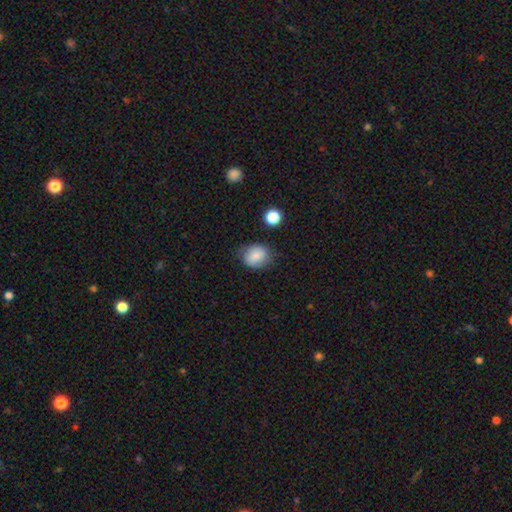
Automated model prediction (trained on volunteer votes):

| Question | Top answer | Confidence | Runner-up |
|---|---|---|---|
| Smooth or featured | smooth | 77% | featured or disk (14%) |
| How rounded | round | 58% | in between (41%) |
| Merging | none | 73% | minor disturbance (20%) |